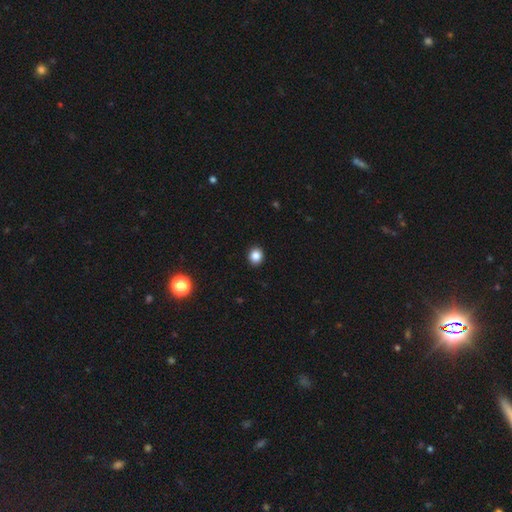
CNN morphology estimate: smooth_or_featured: smooth (p=0.86) [alt: star or artifact p=0.11]
how_rounded: round (p=0.79) [alt: in between p=0.20]
merging: none (p=0.92) [alt: minor disturbance p=0.05]